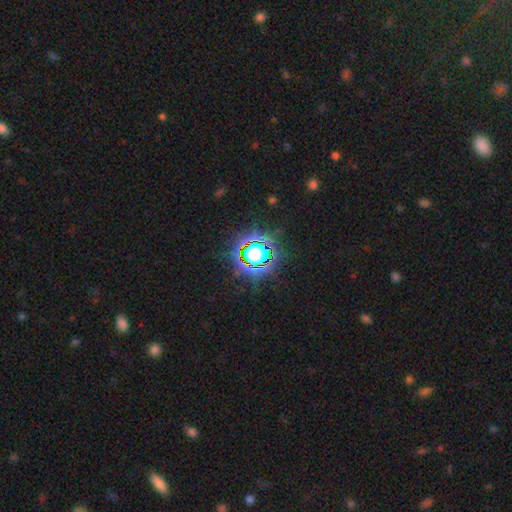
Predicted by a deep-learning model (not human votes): Overall: star or artifact (78%).